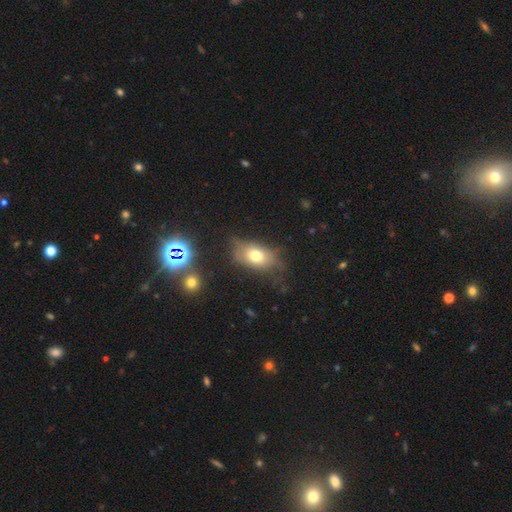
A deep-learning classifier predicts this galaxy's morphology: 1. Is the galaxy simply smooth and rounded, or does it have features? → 69% smooth, 19% featured or disk, 12% star or artifact.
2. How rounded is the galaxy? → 81% in between, 15% round, 3% cigar-shaped.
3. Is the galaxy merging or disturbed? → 55% none, 28% minor disturbance, 13% major disturbance, 3% merger.